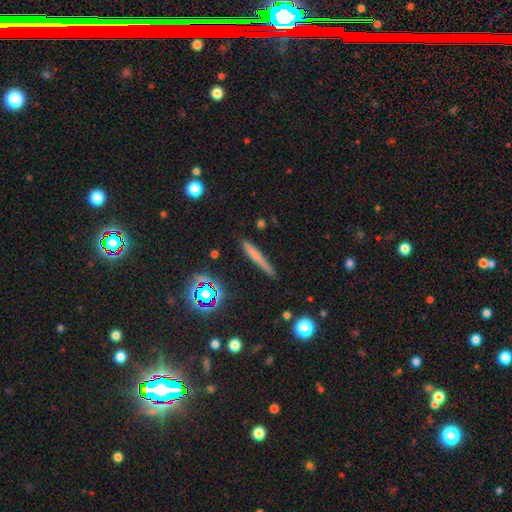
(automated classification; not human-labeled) Smooth or featured? Predicted: smooth (p=0.58). How rounded? Predicted: cigar-shaped (p=0.93). Merging? Predicted: none (p=0.85).